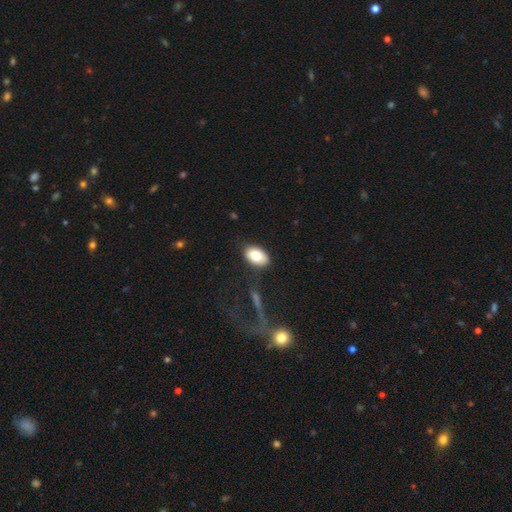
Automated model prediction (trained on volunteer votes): This is likely a smooth galaxy (79%). How rounded: clearly in between (89%). Merging: clearly none (82%).